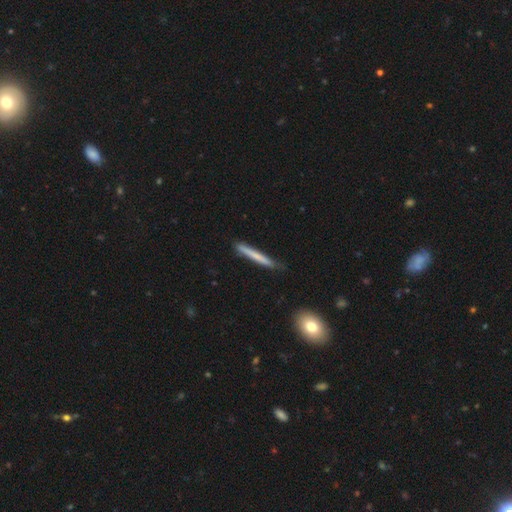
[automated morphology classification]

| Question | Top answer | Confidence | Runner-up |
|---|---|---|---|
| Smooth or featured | smooth | 67% | featured or disk (27%) |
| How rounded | cigar-shaped | 97% | in between (2%) |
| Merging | none | 81% | minor disturbance (15%) |